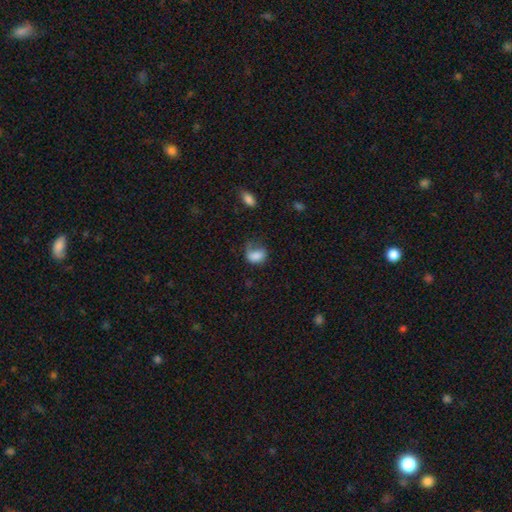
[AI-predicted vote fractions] Overall: smooth (76%). How rounded: in between (73%). Merging: major disturbance (36%; none 31%).